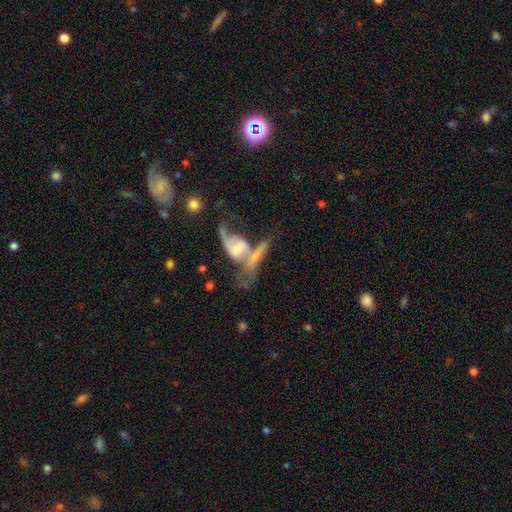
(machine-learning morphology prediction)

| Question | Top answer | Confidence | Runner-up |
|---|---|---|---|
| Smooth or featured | featured or disk | 69% | smooth (22%) |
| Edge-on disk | no | 78% | yes (22%) |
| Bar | no | 53% | weak (33%) |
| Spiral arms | yes | 74% | no (26%) |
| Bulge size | small | 36% | moderate (32%) |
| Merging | merger | 53% | none (20%) |